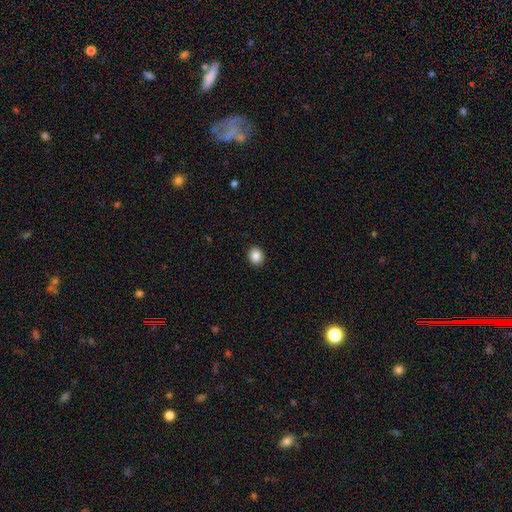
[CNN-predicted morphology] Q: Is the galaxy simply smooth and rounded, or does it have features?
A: smooth — 87%.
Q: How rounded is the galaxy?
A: round — 64%.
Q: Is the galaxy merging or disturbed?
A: none — 92%.